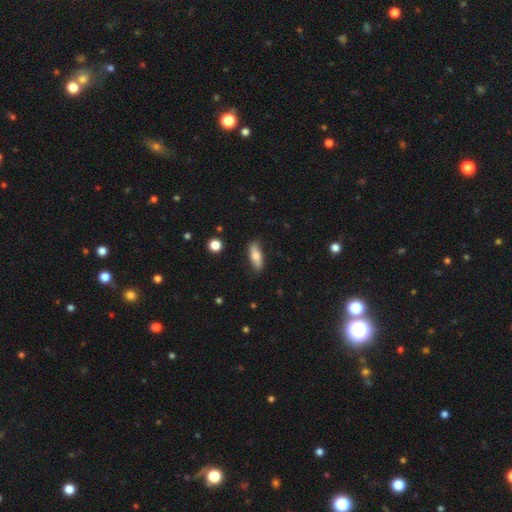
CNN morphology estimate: smooth-or-featured: smooth: 71% | featured or disk: 23% | star or artifact: 6%
  how-rounded: in between: 63% | cigar-shaped: 34% | round: 3%
  merging: none: 82% | minor disturbance: 14% | major disturbance: 2% | merger: 1%